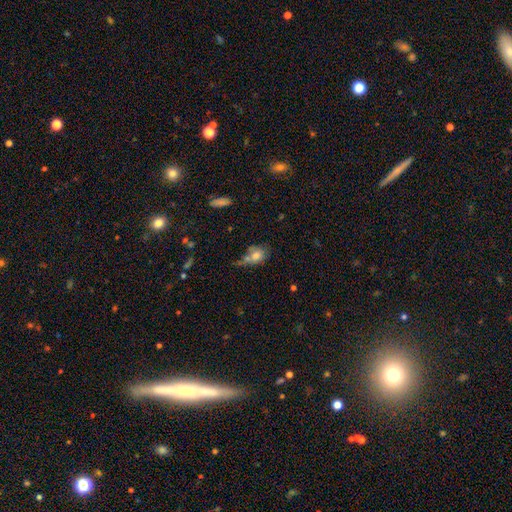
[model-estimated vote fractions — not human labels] A smooth galaxy with no disk features (73%) that is in between round and cigar-shaped (58%).

Vote fractions:
- Smooth or featured? smooth: 73% / featured or disk: 16% / star or artifact: 12%
- How rounded? in between: 58% / round: 40% / cigar-shaped: 3%
- Merging? none: 36% / minor disturbance: 25% / merger: 24% / major disturbance: 15%